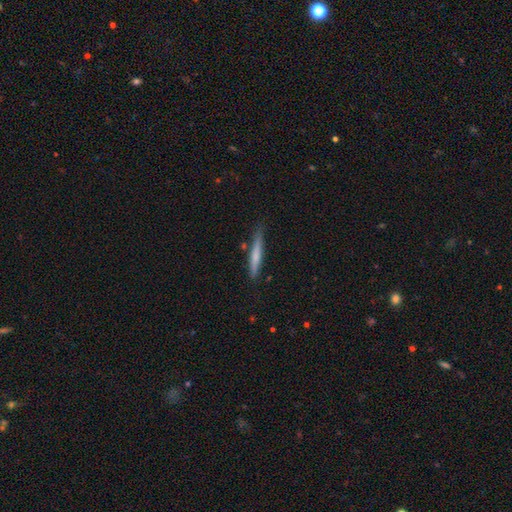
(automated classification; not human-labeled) Smooth or featured? Predicted: smooth (p=0.62). How rounded? Predicted: cigar-shaped (p=0.95). Merging? Predicted: none (p=0.80).